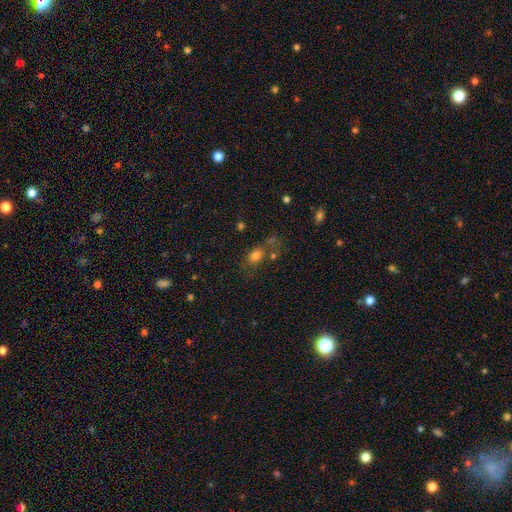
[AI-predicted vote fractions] Smooth or featured? smooth (75%)
How rounded? in between (77%)
Merging? none (54%)